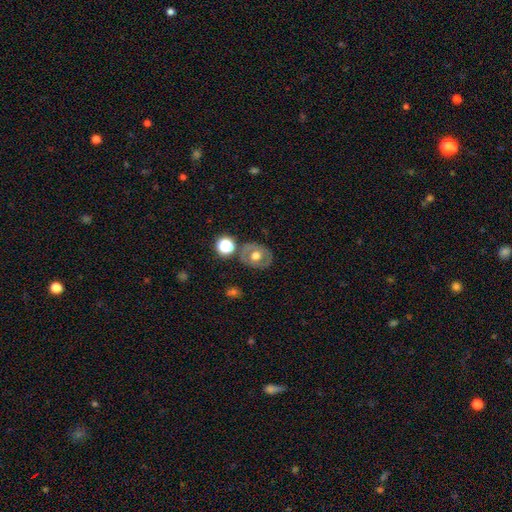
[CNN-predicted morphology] smooth-or-featured: featured or disk: 45% (tied) | smooth: 45% (tied) | star or artifact: 10%
  merging: none: 76% | minor disturbance: 13% | merger: 7% | major disturbance: 5%